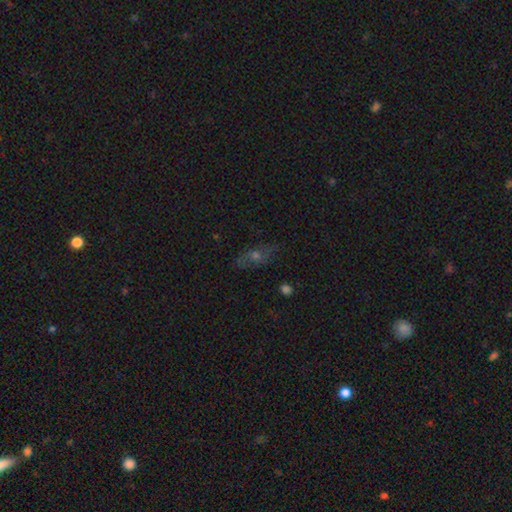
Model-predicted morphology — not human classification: featured or disk 41%, smooth 35%, star or artifact 25%. Down the decision tree: merging — none (79%).